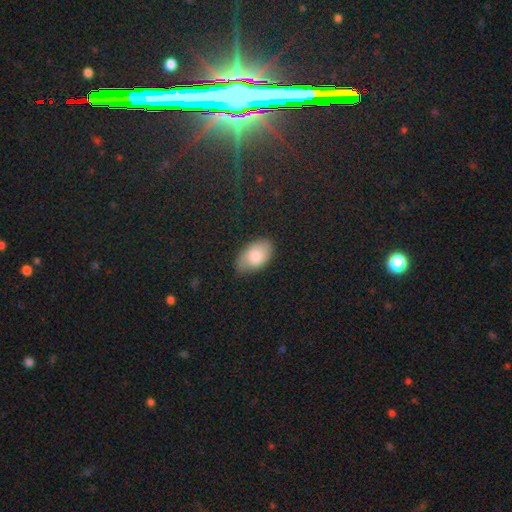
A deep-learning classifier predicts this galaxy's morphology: A smooth galaxy with no disk features (79%) that is in between round and cigar-shaped (92%). Merging: none (69%).